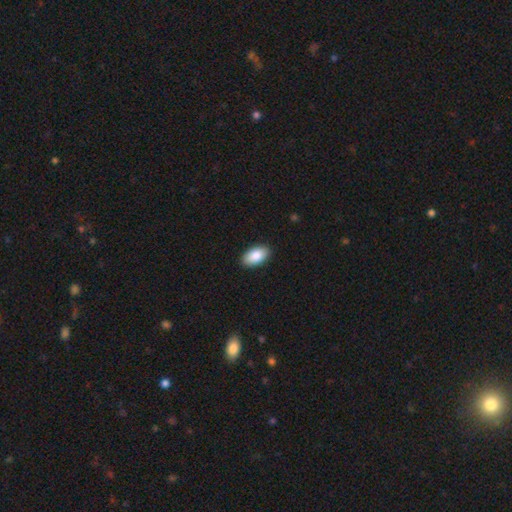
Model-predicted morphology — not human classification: smooth-or-featured: smooth: 88% | star or artifact: 6% | featured or disk: 5%
  how-rounded: in between: 95% | round: 3% | cigar-shaped: 2%
  merging: none: 89% | minor disturbance: 8% | major disturbance: 2% | merger: 1%